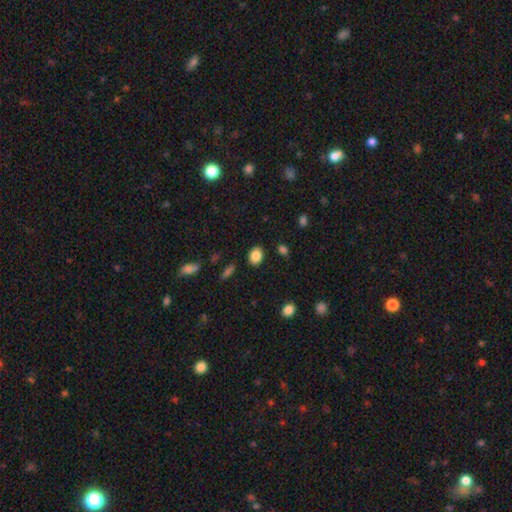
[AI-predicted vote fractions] Smooth or featured? smooth (86%)
How rounded? in between (62%)
Merging? none (87%)